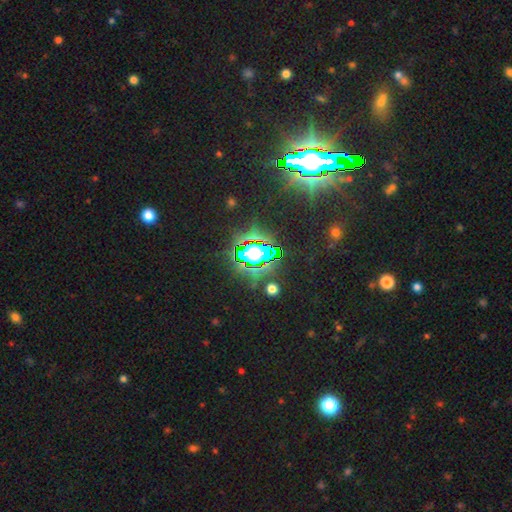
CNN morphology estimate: The model was most divided on "smooth or featured": star or artifact: 78%, smooth: 13%, featured or disk: 9%.